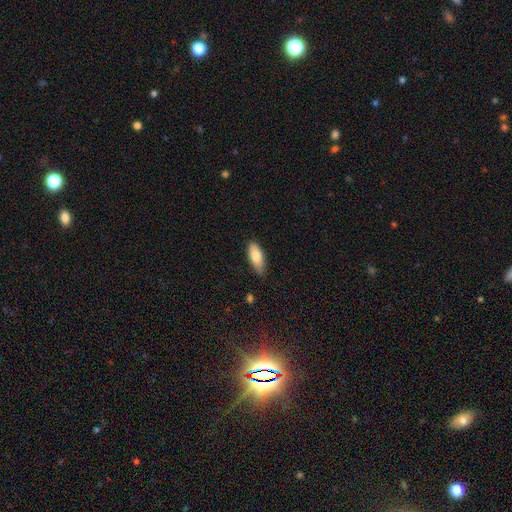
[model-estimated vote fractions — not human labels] Overall: smooth (81%). How rounded: in between (80%). Merging: none (77%).